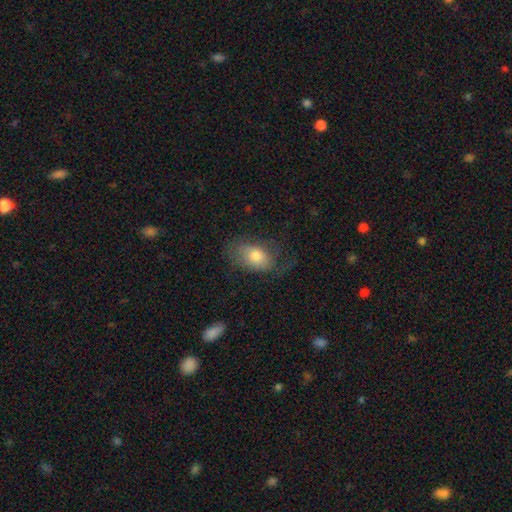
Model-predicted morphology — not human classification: smooth 71%, featured or disk 21%, star or artifact 8%. Down the decision tree: how rounded — in between (87%); merging — none (52%).